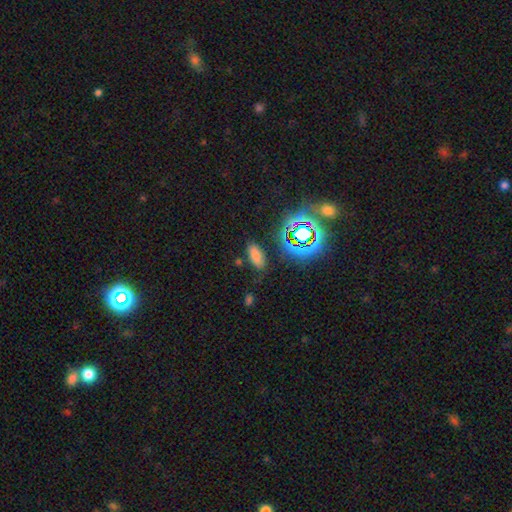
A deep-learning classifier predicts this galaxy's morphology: Overall: smooth (71%). How rounded: in between (85%). Merging: none (82%).